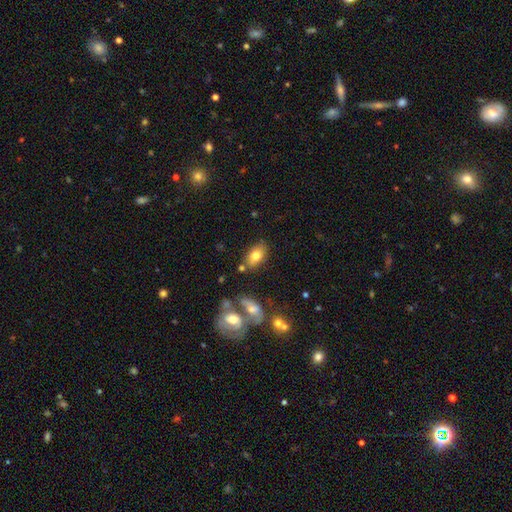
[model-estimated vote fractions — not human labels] Overall: smooth (75%). How rounded: in between (88%). Merging: none (73%).